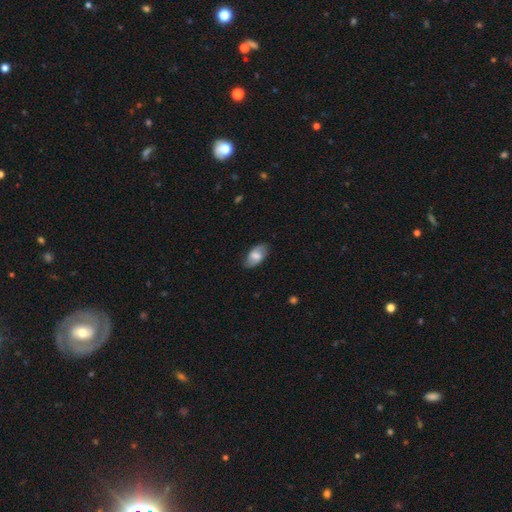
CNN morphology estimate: Smooth or featured? smooth (61%)
How rounded? in between (93%)
Merging? none (82%)